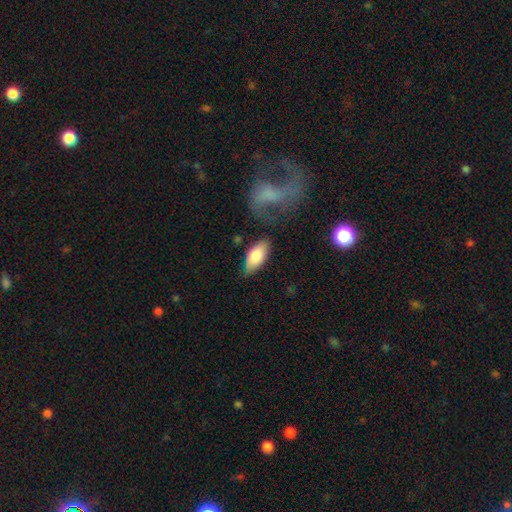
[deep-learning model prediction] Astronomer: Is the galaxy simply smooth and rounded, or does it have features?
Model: smooth — 81%.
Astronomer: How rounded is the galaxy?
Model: in between — 90%.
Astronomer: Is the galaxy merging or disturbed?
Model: none — 67%.